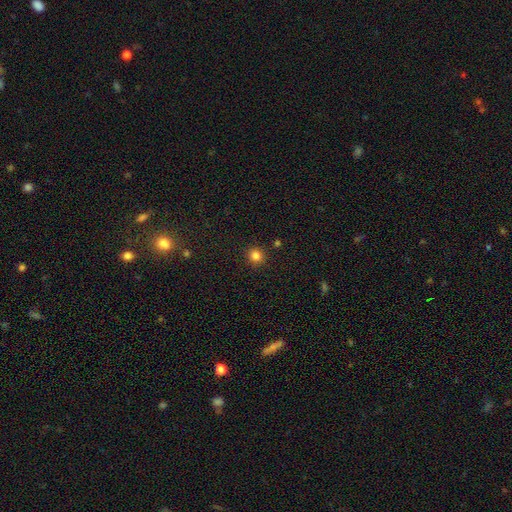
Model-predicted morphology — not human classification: Smooth or featured?
  - smooth: 83% *
  - star or artifact: 13%
  - featured or disk: 4%
How rounded?
  - round: 90% *
  - in between: 9%
  - cigar-shaped: 1%
Merging?
  - none: 90% *
  - minor disturbance: 6%
  - major disturbance: 2%
  - merger: 2%